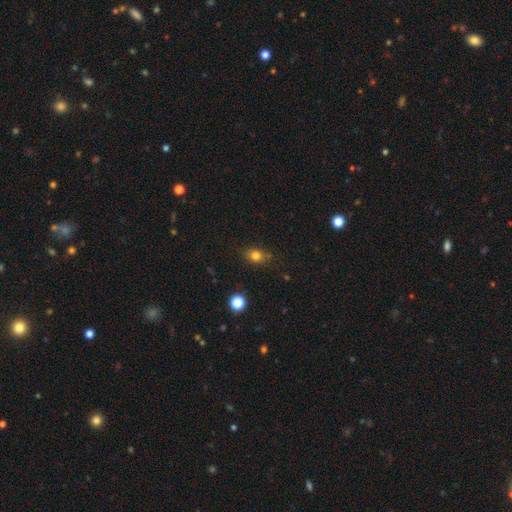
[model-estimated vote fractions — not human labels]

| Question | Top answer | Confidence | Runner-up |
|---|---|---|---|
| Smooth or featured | smooth | 79% | star or artifact (14%) |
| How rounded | in between | 54% | round (45%) |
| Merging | none | 78% | minor disturbance (16%) |